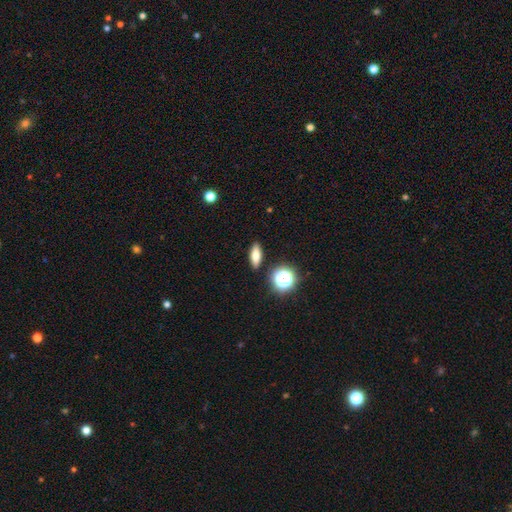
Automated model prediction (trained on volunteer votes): smooth 74%, featured or disk 14%, star or artifact 13%. Down the decision tree: how rounded — in between (58%); merging — none (89%).